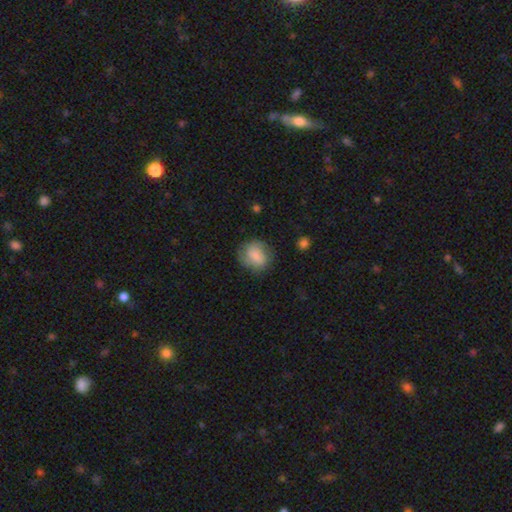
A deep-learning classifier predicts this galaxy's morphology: A smooth galaxy with no disk features (72%) that is round (72%). Merging: none (70%).